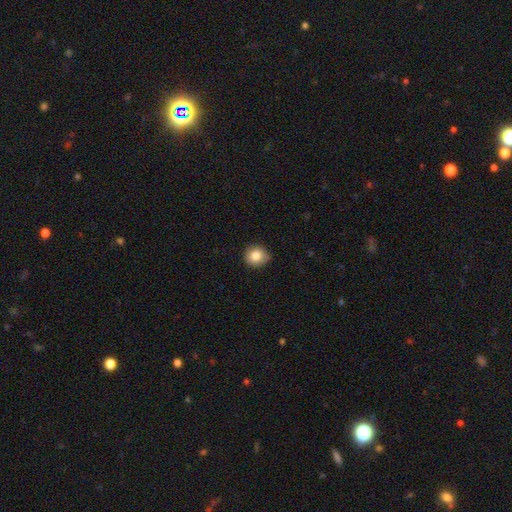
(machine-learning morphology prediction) type=smooth (82%); roundness=round (90%); merging=none (83%).